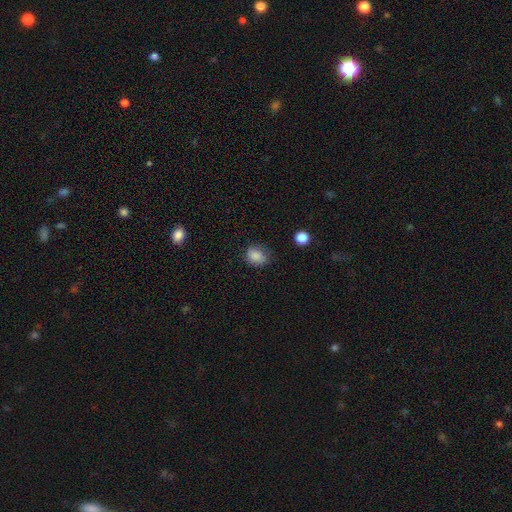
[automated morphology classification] A smooth galaxy with no disk features (86%) that is round (50%). Merging: none (70%).